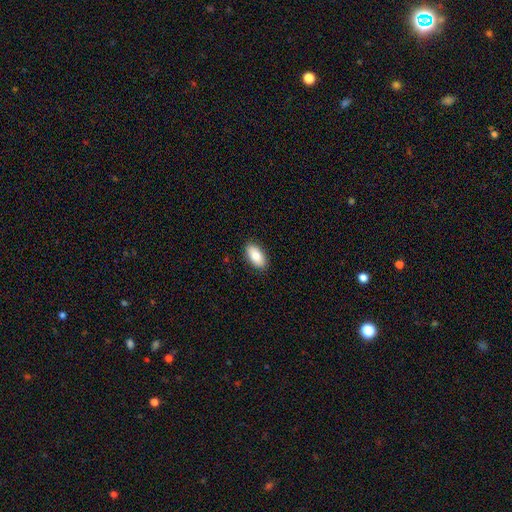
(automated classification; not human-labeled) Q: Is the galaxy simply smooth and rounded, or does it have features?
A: smooth — 83%.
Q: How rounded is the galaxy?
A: in between — 93%.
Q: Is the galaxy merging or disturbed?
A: none — 89%.